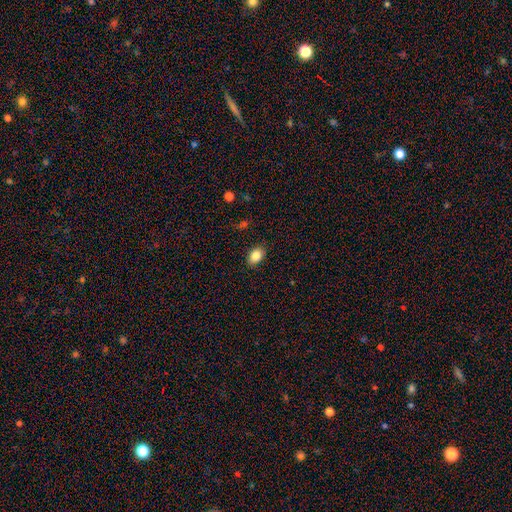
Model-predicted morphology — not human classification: smooth 85%, star or artifact 8%, featured or disk 7%. Down the decision tree: how rounded — in between (83%); merging — none (88%).